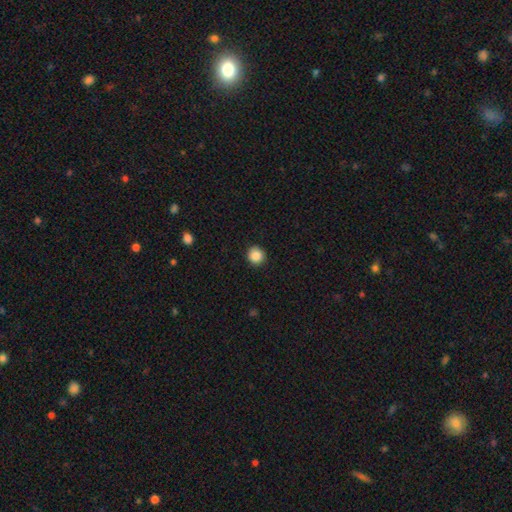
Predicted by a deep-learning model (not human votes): Smooth or featured? Predicted: smooth (p=0.87). How rounded? Predicted: round (p=0.92). Merging? Predicted: none (p=0.91).